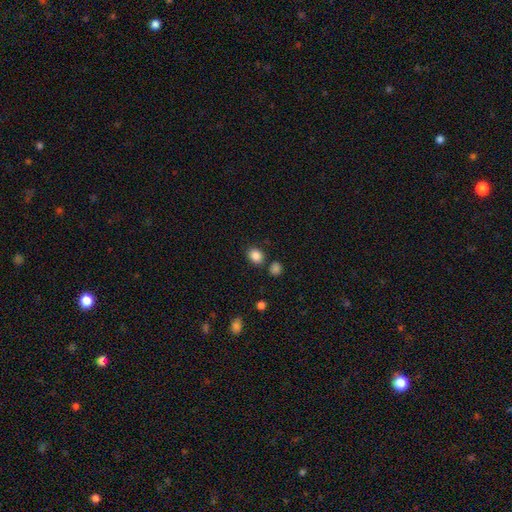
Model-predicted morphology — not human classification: type=smooth (86%); roundness=round (56%); merging=none (79%).